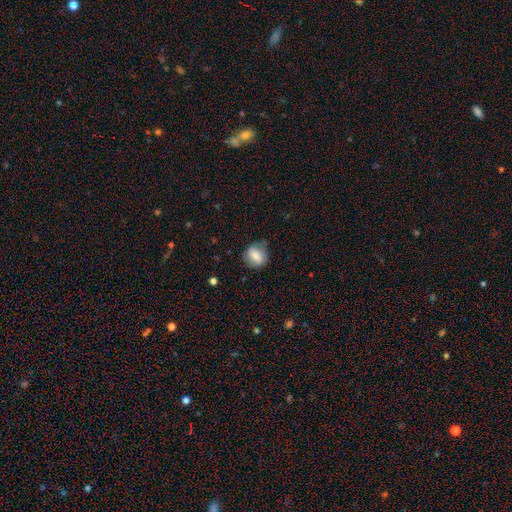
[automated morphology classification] The model was most divided on "smooth or featured": smooth: 60%, featured or disk: 32%, star or artifact: 8%. More confident: how rounded — round (73%); merging — none (65%).